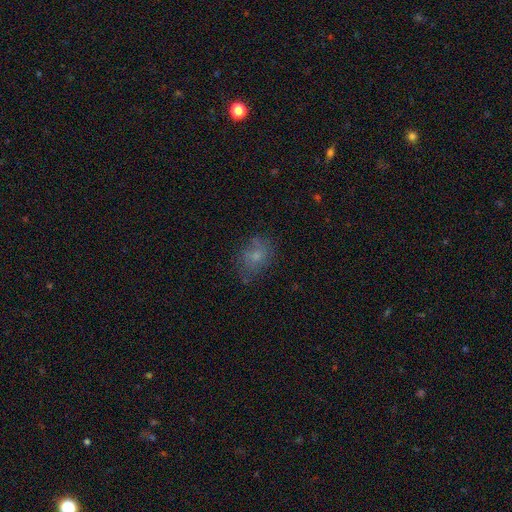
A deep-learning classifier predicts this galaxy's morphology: Smooth or featured? Predicted: smooth (p=0.67). How rounded? Predicted: in between (p=0.59). Merging? Predicted: none (p=0.64).